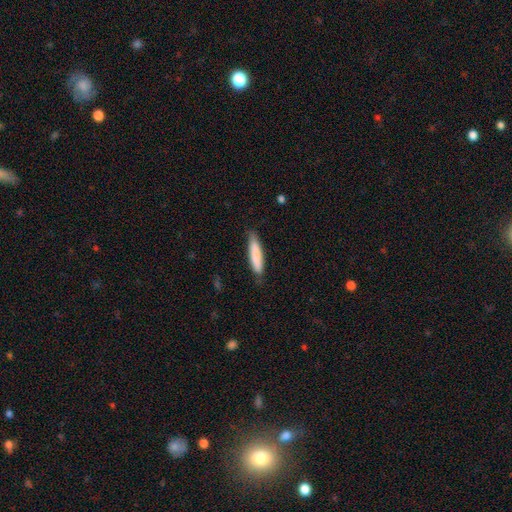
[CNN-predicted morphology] smooth-or-featured: smooth: 82% | featured or disk: 12% | star or artifact: 5%
  how-rounded: cigar-shaped: 82% | in between: 17% | round: 1%
  merging: none: 79% | minor disturbance: 17% | major disturbance: 3% | merger: 1%